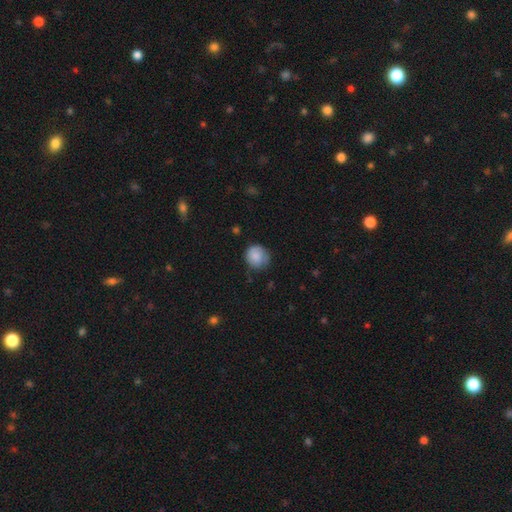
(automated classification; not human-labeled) Morphology: type=smooth (83%); roundness=round (84%); merging=none (66%).